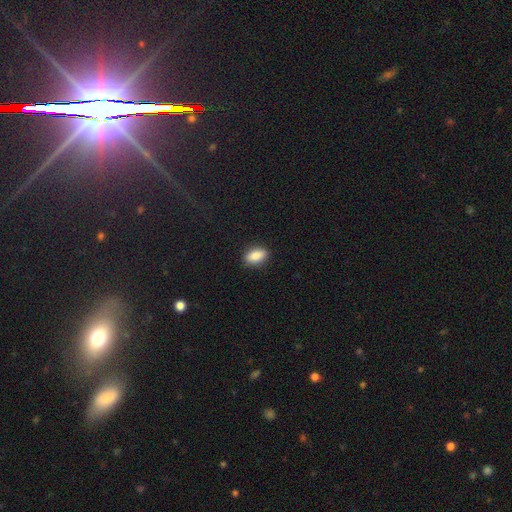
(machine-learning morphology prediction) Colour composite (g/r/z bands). It shows a smooth galaxy with no disk features (87%) that is in between round and cigar-shaped (87%). Merging: none (88%).